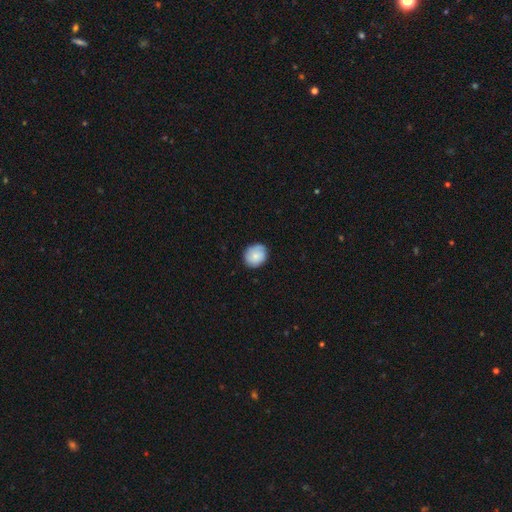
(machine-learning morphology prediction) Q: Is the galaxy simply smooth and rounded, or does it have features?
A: smooth — 75%.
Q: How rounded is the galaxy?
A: round — 77%.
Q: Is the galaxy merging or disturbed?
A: none — 80%.